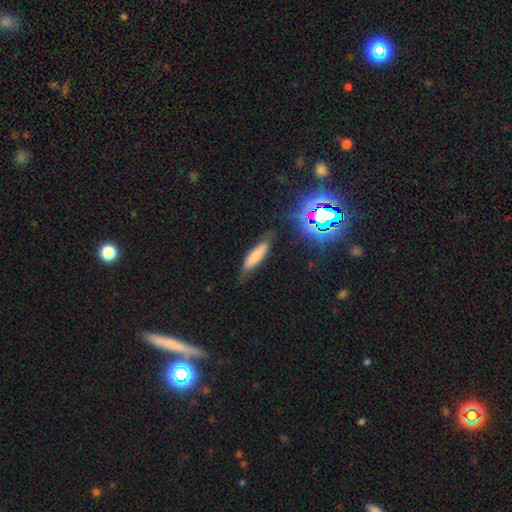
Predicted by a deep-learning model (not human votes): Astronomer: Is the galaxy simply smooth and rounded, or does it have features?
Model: smooth — 67%.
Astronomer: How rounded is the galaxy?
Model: cigar-shaped — 64%.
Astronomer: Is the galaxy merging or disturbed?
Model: none — 67%.